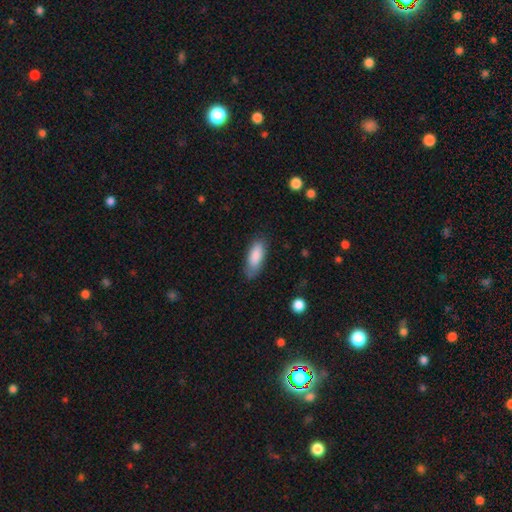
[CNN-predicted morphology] Smooth or featured? Predicted: smooth (p=0.87). How rounded? Predicted: in between (p=0.75). Merging? Predicted: none (p=0.77).